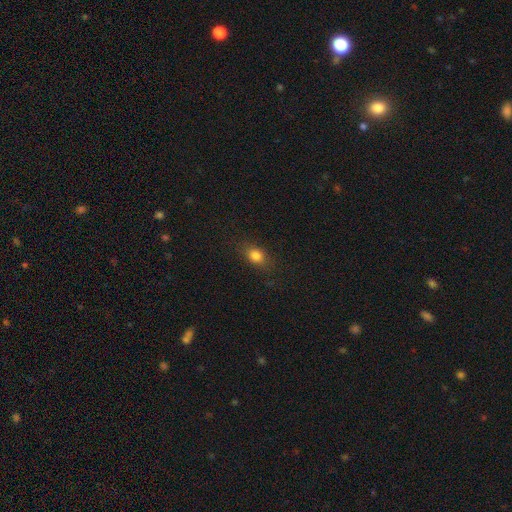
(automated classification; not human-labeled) Smooth or featured?
  - smooth: 81% *
  - star or artifact: 11%
  - featured or disk: 8%
How rounded?
  - in between: 63% *
  - round: 32%
  - cigar-shaped: 5%
Merging?
  - none: 81% *
  - minor disturbance: 14%
  - major disturbance: 4%
  - merger: 1%